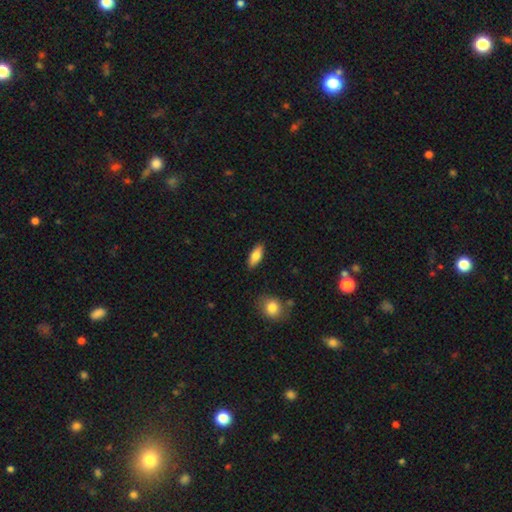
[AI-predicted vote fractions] smooth-or-featured: smooth: 77% | featured or disk: 17% | star or artifact: 6%
  how-rounded: in between: 74% | cigar-shaped: 24% | round: 3%
  merging: none: 87% | minor disturbance: 9% | major disturbance: 2% | merger: 2%